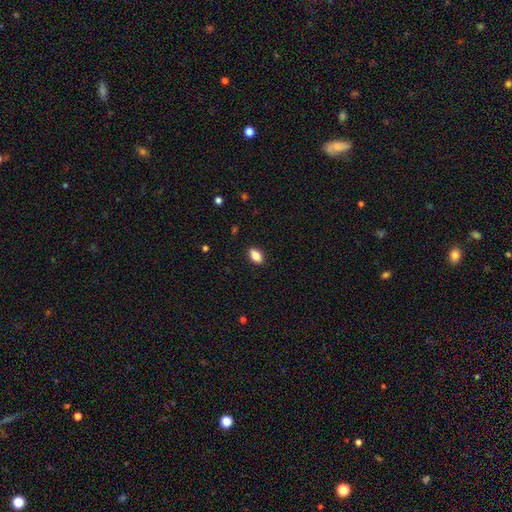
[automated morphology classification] smooth_or_featured: smooth (p=0.84) [alt: star or artifact p=0.08]
how_rounded: in between (p=0.89) [alt: round p=0.08]
merging: none (p=0.89) [alt: minor disturbance p=0.08]